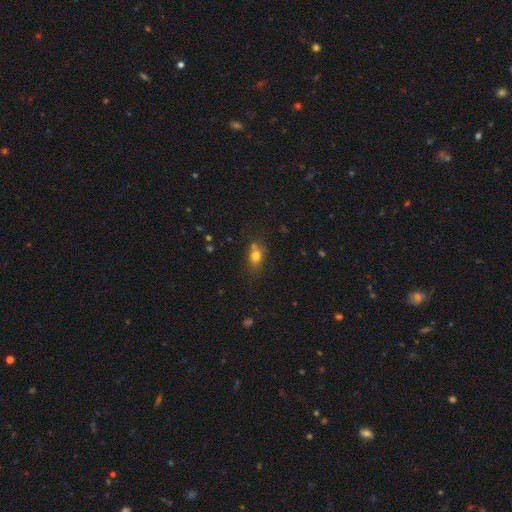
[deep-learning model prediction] Smooth or featured: smooth — 75% (star or artifact — 13%)
How rounded: in between — 62% (round — 35%)
Merging: none — 62% (minor disturbance — 21%)